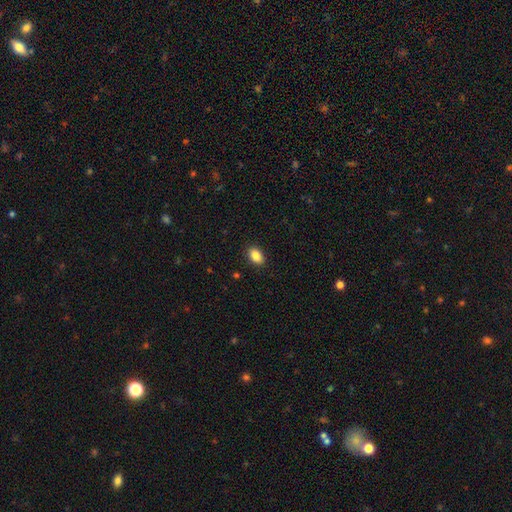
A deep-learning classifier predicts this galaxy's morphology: A smooth galaxy with no disk features (87%) that is in between round and cigar-shaped (87%).

Vote fractions:
- Smooth or featured? smooth: 87% / star or artifact: 8% / featured or disk: 4%
- How rounded? in between: 87% / round: 11% / cigar-shaped: 1%
- Merging? none: 89% / minor disturbance: 8% / major disturbance: 2% / merger: 1%